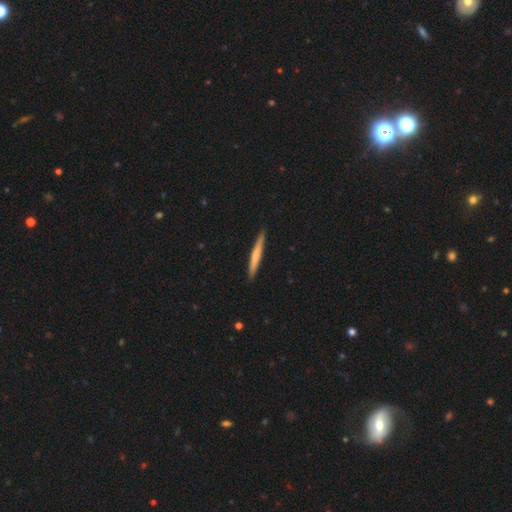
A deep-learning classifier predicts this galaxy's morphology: Smooth or featured?
  - smooth: 58% *
  - featured or disk: 37%
  - star or artifact: 5%
How rounded?
  - cigar-shaped: 96% *
  - in between: 2%
  - round: 1%
Merging?
  - none: 90% *
  - minor disturbance: 7%
  - major disturbance: 1%
  - merger: 1%